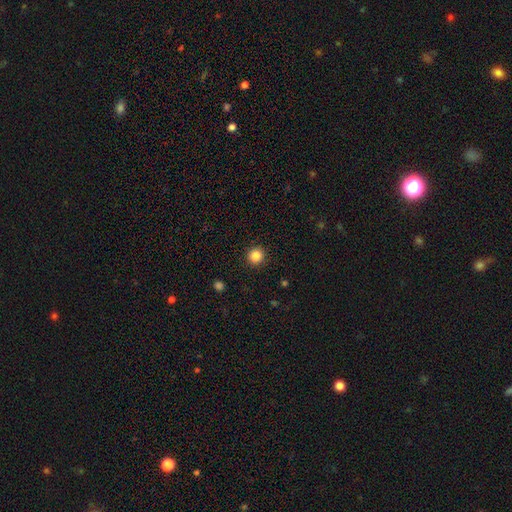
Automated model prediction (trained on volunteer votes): Smooth or featured? smooth (86%)
How rounded? round (95%)
Merging? none (93%)